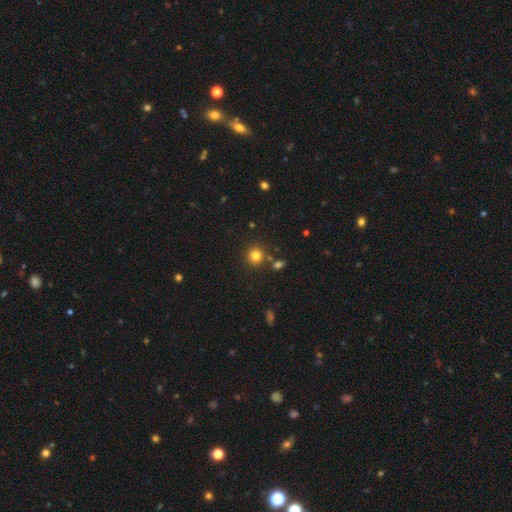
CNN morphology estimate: A smooth galaxy with no disk features (81%) that is round (91%).

Vote fractions:
- Smooth or featured? smooth: 81% / star or artifact: 13% / featured or disk: 6%
- How rounded? round: 91% / in between: 8% / cigar-shaped: 1%
- Merging? none: 82% / merger: 8% / minor disturbance: 7% / major disturbance: 3%